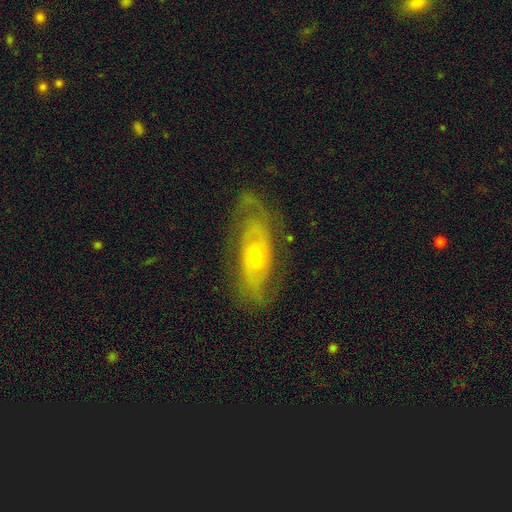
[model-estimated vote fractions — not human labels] smooth-or-featured: featured or disk: 78% | smooth: 16% | star or artifact: 6%
  disk-edge-on: no: 89% | yes: 11%
    bar: no: 70% | weak: 24% | strong: 6%
    has-spiral-arms: yes: 87% | no: 13%
      spiral-winding: tight: 49% | medium: 37% | loose: 14%
      spiral-arm-count: 2: 53% | can't tell: 32% | 3: 6% | 1: 4% | 4: 3% | more than 4: 3%
    bulge-size: small: 58% | moderate: 38% | large: 2% | none: 1% | dominant: 1%
  merging: none: 72% | minor disturbance: 19% | major disturbance: 8% | merger: 1%